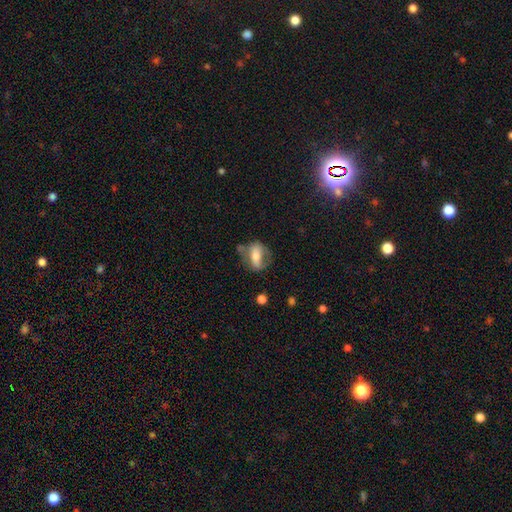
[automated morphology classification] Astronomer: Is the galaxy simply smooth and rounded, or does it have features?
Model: smooth — 48% (runner-up: featured or disk, 44%).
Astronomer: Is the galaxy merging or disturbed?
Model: none — 50% (runner-up: minor disturbance, 25%).